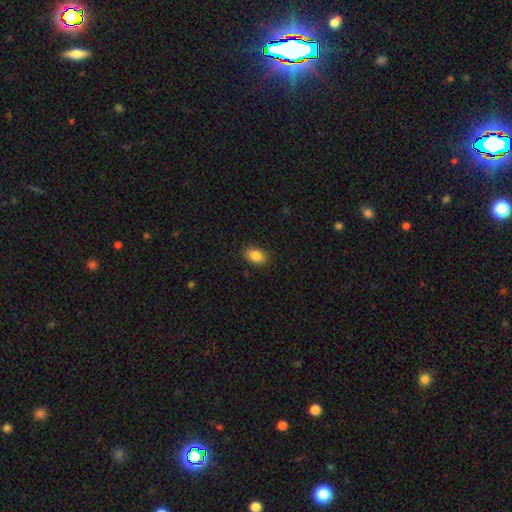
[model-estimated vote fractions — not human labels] Smooth or featured? smooth (86%)
How rounded? in between (75%)
Merging? none (87%)